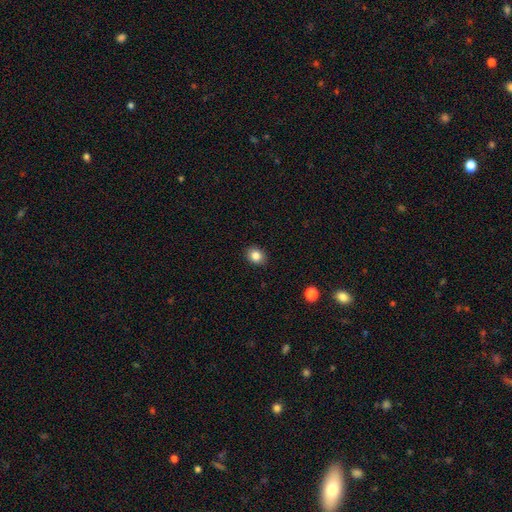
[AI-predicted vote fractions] A smooth galaxy with no disk features (84%) that is round (55%).

Vote fractions:
- Smooth or featured? smooth: 84% / star or artifact: 10% / featured or disk: 6%
- How rounded? round: 55% / in between: 44% / cigar-shaped: 1%
- Merging? none: 90% / minor disturbance: 7% / major disturbance: 2% / merger: 1%